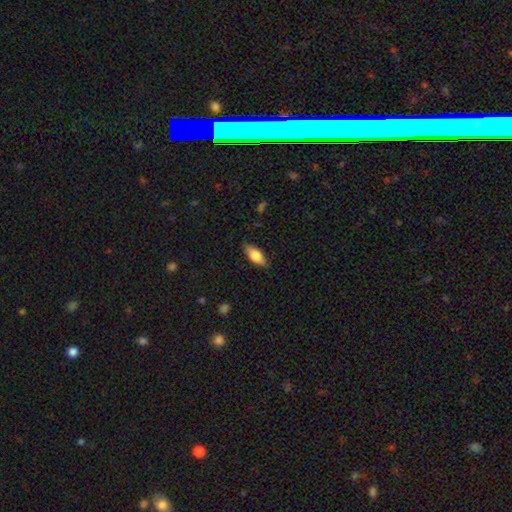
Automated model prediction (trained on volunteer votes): Smooth or featured? Predicted: smooth (p=0.71). How rounded? Predicted: in between (p=0.80). Merging? Predicted: none (p=0.82).